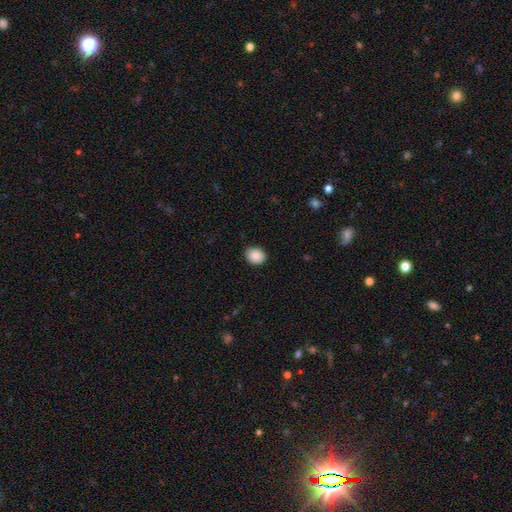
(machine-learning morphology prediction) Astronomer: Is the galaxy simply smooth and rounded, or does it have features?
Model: smooth — 88%.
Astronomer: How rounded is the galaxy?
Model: round — 53% (runner-up: in between, 46%).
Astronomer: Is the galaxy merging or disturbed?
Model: none — 88%.